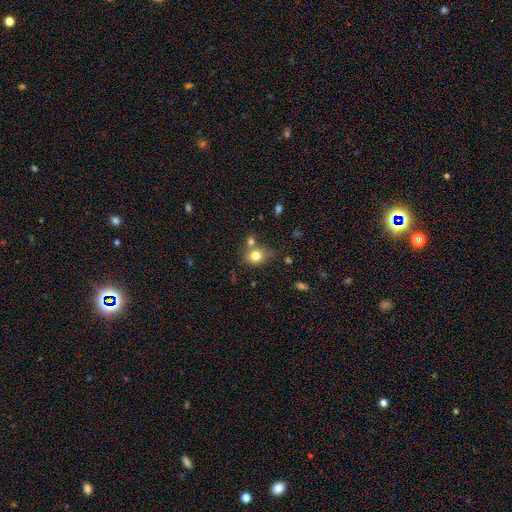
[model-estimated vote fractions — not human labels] smooth-or-featured: smooth: 79% | star or artifact: 11% | featured or disk: 10%
  how-rounded: round: 72% | in between: 27% | cigar-shaped: 1%
  merging: none: 59% | merger: 23% | minor disturbance: 14% | major disturbance: 5%